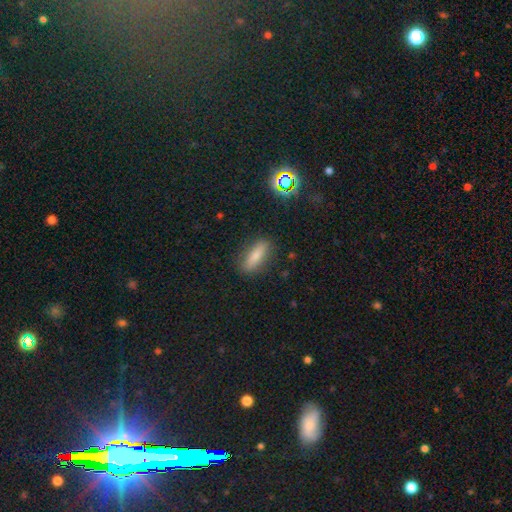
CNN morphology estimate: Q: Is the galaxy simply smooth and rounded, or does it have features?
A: smooth — 77%.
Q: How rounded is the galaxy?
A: cigar-shaped — 50%.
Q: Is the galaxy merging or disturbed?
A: none — 85%.